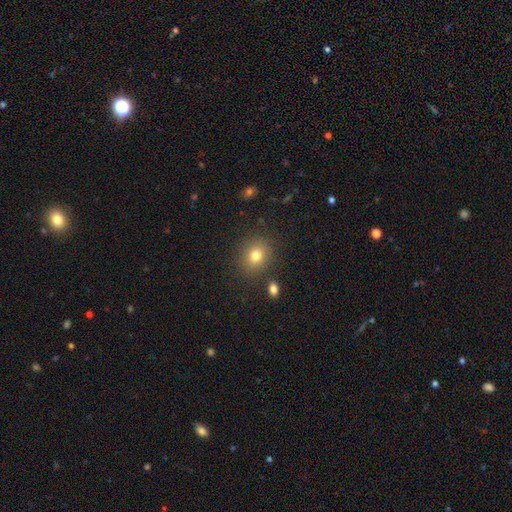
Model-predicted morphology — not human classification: The model was most divided on "how rounded": round: 70%, in between: 29%, cigar-shaped: 1%. More confident: merging — none (84%); smooth or featured — smooth (79%).